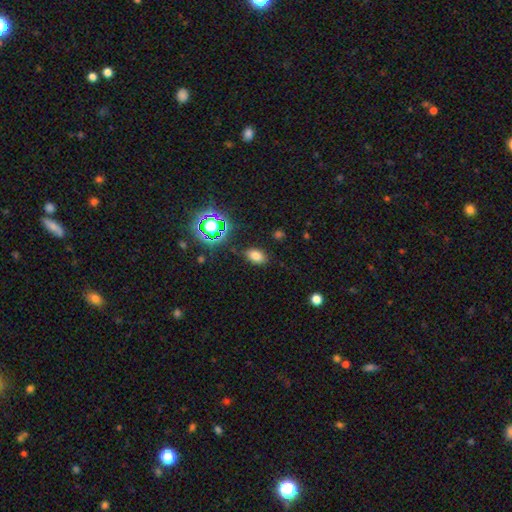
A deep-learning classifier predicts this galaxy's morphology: smooth-or-featured: smooth: 73% | star or artifact: 19% | featured or disk: 8%
  how-rounded: in between: 87% | round: 12% | cigar-shaped: 2%
  merging: none: 83% | minor disturbance: 11% | major disturbance: 3% | merger: 2%